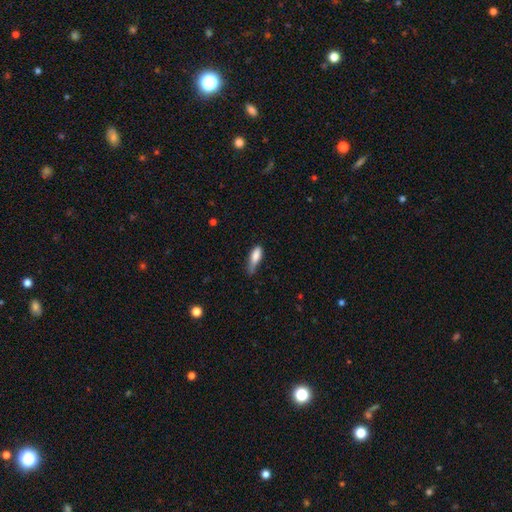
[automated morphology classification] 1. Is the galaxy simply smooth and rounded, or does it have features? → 81% smooth, 11% featured or disk, 7% star or artifact.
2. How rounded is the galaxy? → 58% in between, 39% cigar-shaped, 2% round.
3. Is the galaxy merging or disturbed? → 46% minor disturbance, 36% none, 15% major disturbance, 3% merger.